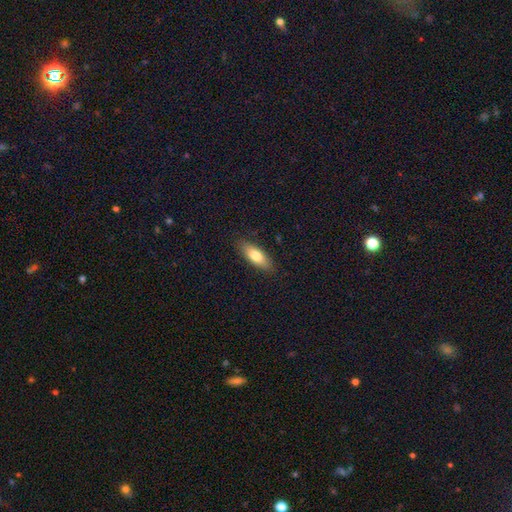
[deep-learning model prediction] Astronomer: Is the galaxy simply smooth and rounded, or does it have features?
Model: smooth — 76%.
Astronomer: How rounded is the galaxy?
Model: in between — 72%.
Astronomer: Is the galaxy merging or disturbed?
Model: none — 87%.